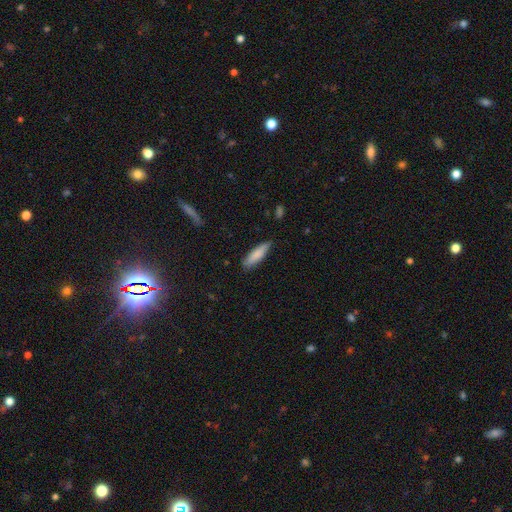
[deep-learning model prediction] Smooth or featured: smooth — 81% (featured or disk — 13%)
How rounded: cigar-shaped — 66% (in between — 32%)
Merging: none — 80% (minor disturbance — 16%)